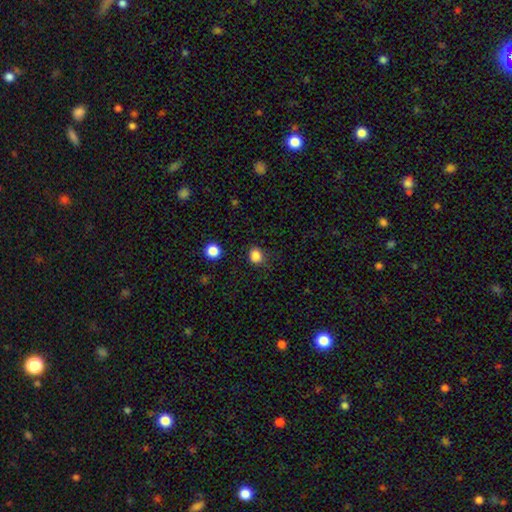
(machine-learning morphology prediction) Smooth or featured? Predicted: smooth (p=0.85). How rounded? Predicted: round (p=0.69). Merging? Predicted: none (p=0.79).